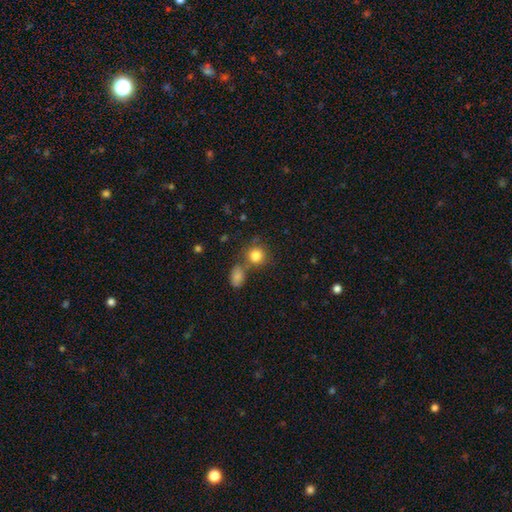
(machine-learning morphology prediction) Overall: smooth (83%). How rounded: round (82%). Merging: none (62%; merger 22%).